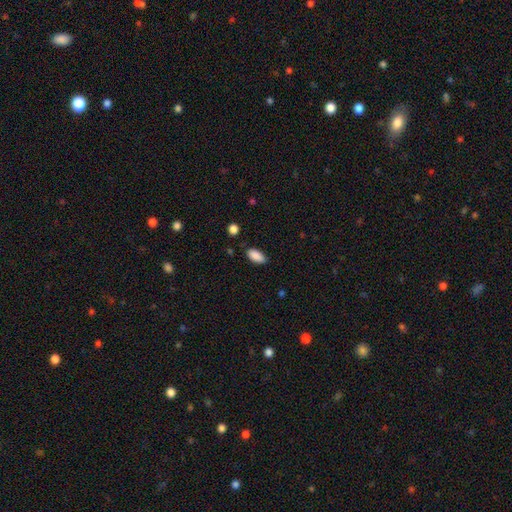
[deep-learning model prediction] A smooth galaxy with no disk features (89%) that is in between round and cigar-shaped (92%).

Vote fractions:
- Smooth or featured? smooth: 89% / star or artifact: 7% / featured or disk: 4%
- How rounded? in between: 92% / cigar-shaped: 5% / round: 3%
- Merging? none: 80% / minor disturbance: 15% / major disturbance: 3% / merger: 2%